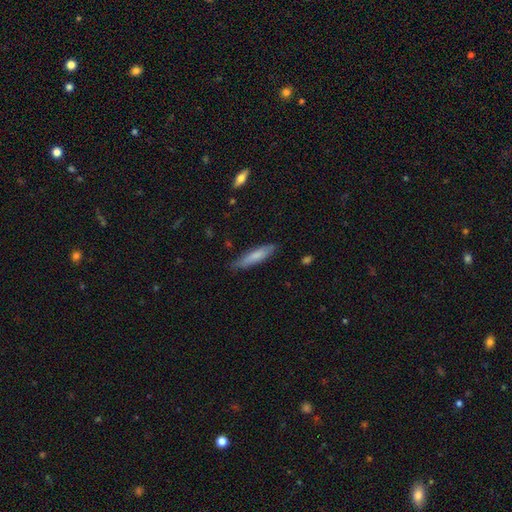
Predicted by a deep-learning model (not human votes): Overall: smooth (75%). How rounded: cigar-shaped (83%). Merging: none (81%).